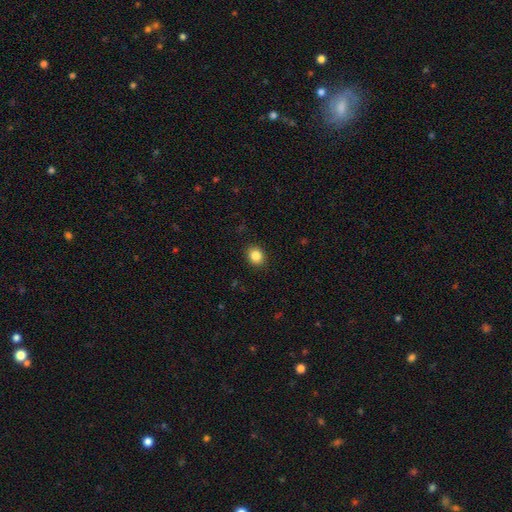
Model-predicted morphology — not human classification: smooth_or_featured: smooth (p=0.86) [alt: star or artifact p=0.10]
how_rounded: round (p=0.63) [alt: in between p=0.36]
merging: none (p=0.90) [alt: minor disturbance p=0.07]